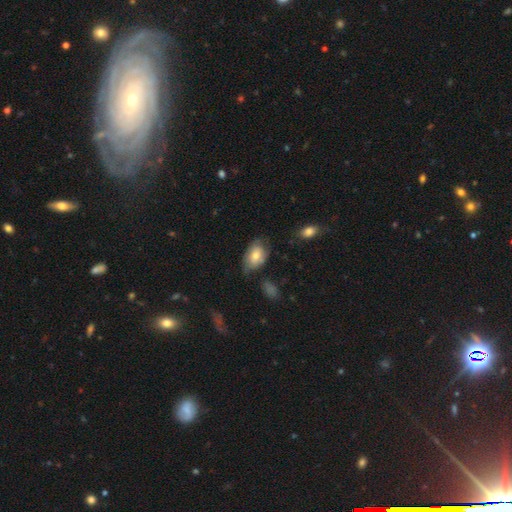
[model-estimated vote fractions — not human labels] A smooth galaxy with no disk features (69%) that is in between round and cigar-shaped (88%). Merging: none (54%).